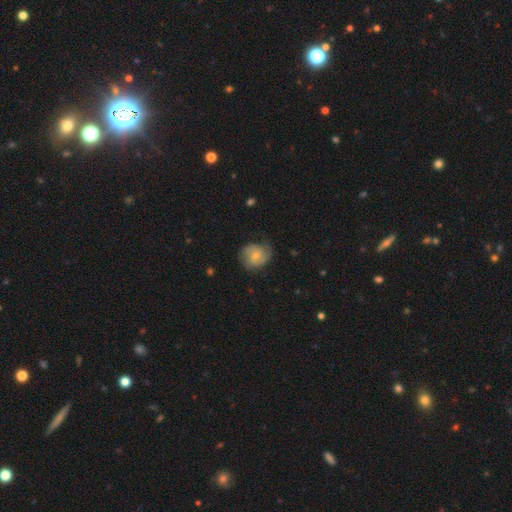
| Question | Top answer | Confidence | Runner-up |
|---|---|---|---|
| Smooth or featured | smooth | 72% | featured or disk (26%) |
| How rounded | round | 68% | in between (32%) |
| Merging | none | 58% | minor disturbance (29%) |